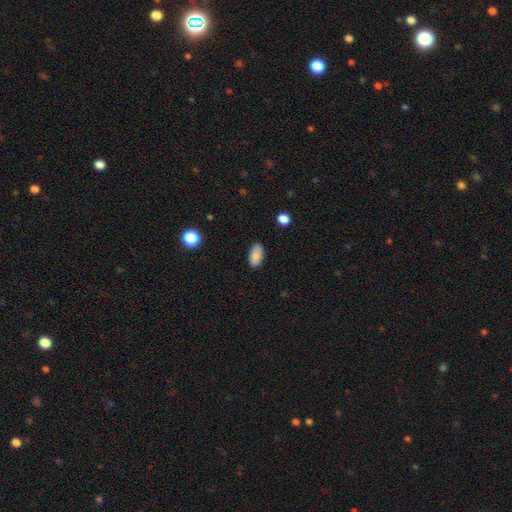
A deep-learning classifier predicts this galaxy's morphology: A smooth galaxy with no disk features (87%) that is in between round and cigar-shaped (91%). Merging: none (84%).